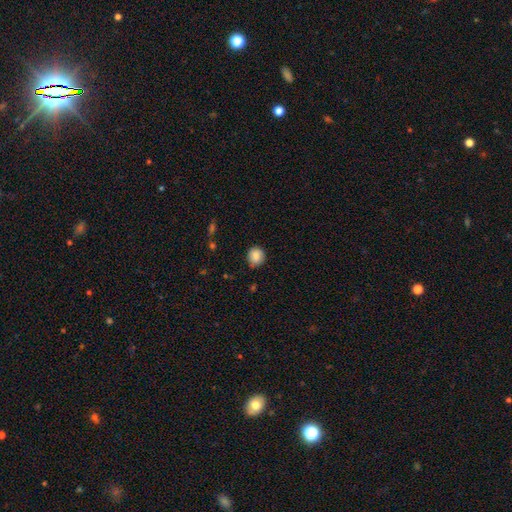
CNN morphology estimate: Smooth or featured?
  - smooth: 85% *
  - star or artifact: 8%
  - featured or disk: 7%
How rounded?
  - round: 85% *
  - in between: 14%
  - cigar-shaped: 1%
Merging?
  - none: 81% *
  - minor disturbance: 15%
  - major disturbance: 3%
  - merger: 1%